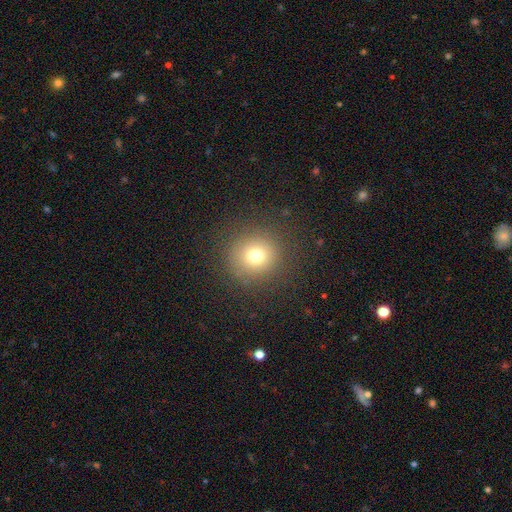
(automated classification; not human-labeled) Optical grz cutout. It shows a smooth galaxy with no disk features (73%) that is round (93%). Merging: none (88%).